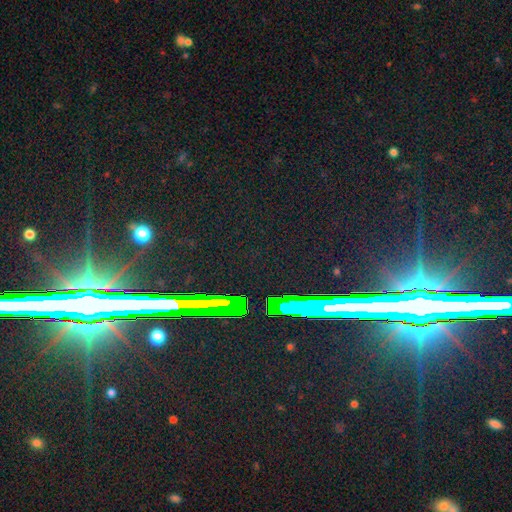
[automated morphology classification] Q: Smooth or featured?
A: star or artifact (81%); runner-up: featured or disk (11%)